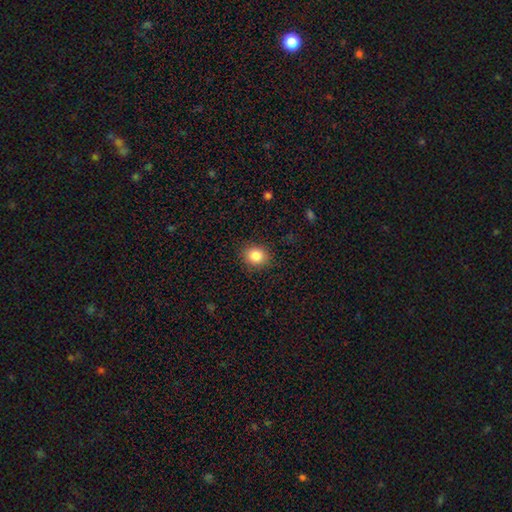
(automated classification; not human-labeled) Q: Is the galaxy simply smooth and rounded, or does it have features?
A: smooth — 85%.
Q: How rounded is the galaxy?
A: round — 69%.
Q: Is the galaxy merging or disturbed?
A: none — 87%.